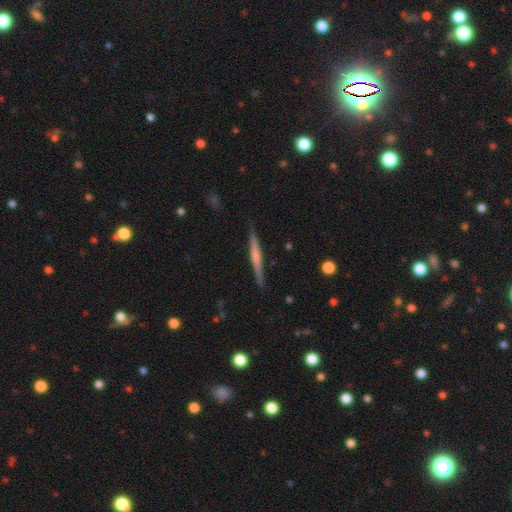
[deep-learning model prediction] This is possibly a featured or disk galaxy (57%). It is clearly viewed edge-on (98%). Edge-on bulge: marginally none (43%). Merging: clearly none (88%).